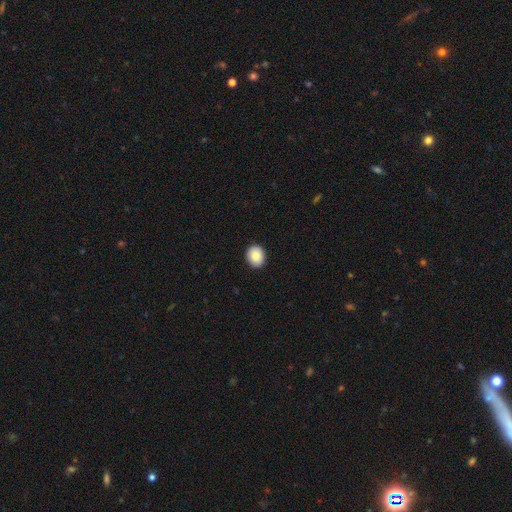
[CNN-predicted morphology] Q: Smooth or featured?
A: smooth (87%); runner-up: star or artifact (8%)
Q: How rounded?
A: round (61%); runner-up: in between (38%)
Q: Merging?
A: none (91%); runner-up: minor disturbance (7%)